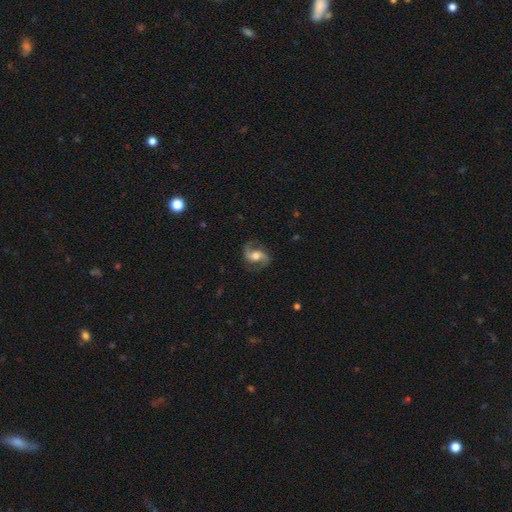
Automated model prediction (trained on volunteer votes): Smooth or featured? featured or disk (85%)
Edge-on disk? no (97%)
Bar? no (42%)
Spiral arms? yes (96%)
Spiral winding? medium (46%)
Spiral arm count? 2 (92%)
Bulge size? moderate (67%)
Merging? none (80%)